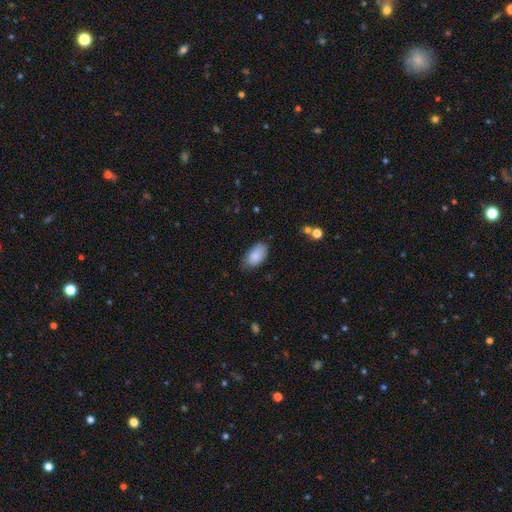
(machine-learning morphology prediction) The model was most divided on "merging": none: 70%, minor disturbance: 24%, major disturbance: 4%, merger: 1%. More confident: how rounded — in between (94%); smooth or featured — smooth (87%).